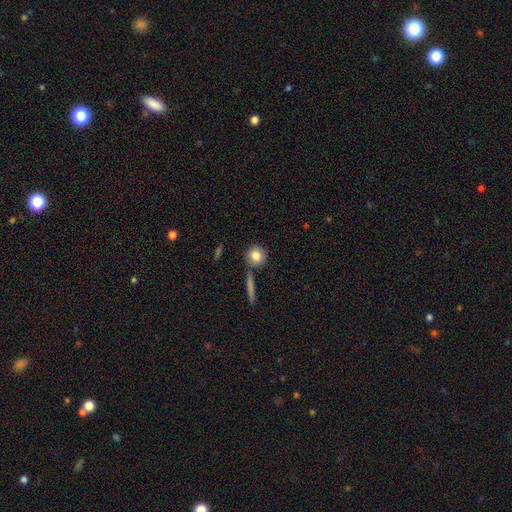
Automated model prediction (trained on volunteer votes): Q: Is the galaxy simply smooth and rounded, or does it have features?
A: smooth — 83%.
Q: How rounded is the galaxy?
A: round — 88%.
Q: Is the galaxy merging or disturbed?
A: none — 77%.